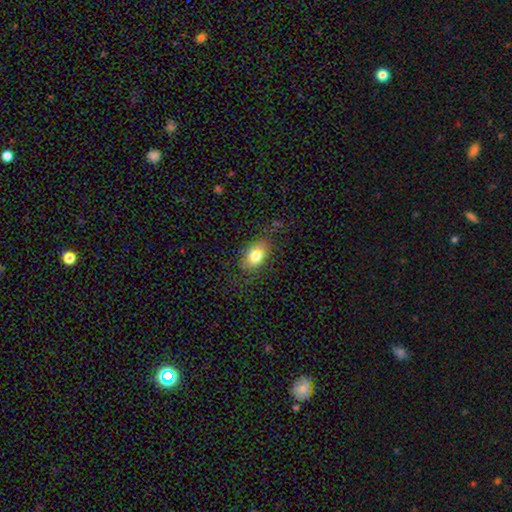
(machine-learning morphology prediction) Smooth or featured? Predicted: smooth (p=0.80). How rounded? Predicted: in between (p=0.83). Merging? Predicted: none (p=0.74).